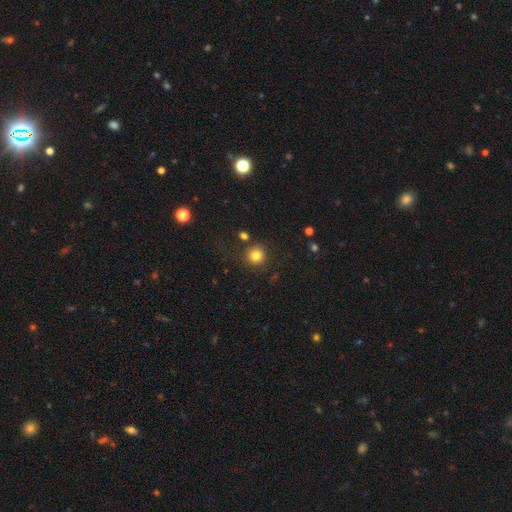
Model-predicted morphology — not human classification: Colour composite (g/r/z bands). It shows a smooth galaxy with no disk features (81%) that is round (92%). Merging: none (85%).